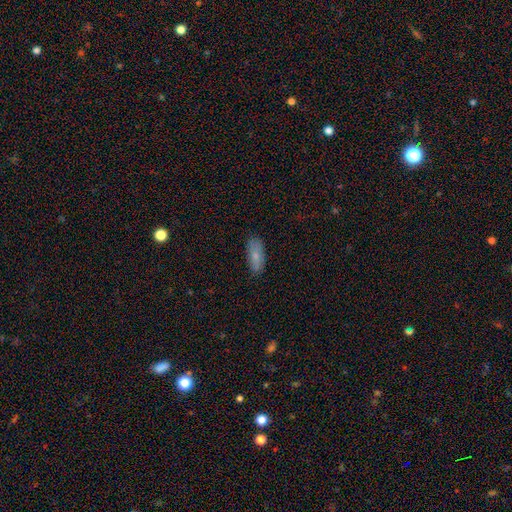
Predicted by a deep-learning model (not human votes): Smooth or featured? Predicted: smooth (p=0.74). How rounded? Predicted: in between (p=0.78). Merging? Predicted: none (p=0.81).